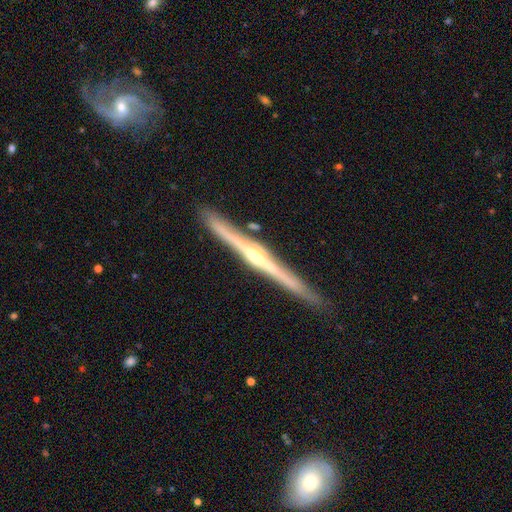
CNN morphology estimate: A featured or disk galaxy (84%) viewed edge-on (98%) with a rounded central bulge (80%).

Vote fractions:
- Smooth or featured? featured or disk: 84% / smooth: 10% / star or artifact: 5%
- Edge-on disk? yes: 98% / no: 2%
- Edge-on bulge? rounded: 80% / none: 12% / boxy: 7%
- Merging? none: 89% / minor disturbance: 8% / merger: 2% / major disturbance: 1%